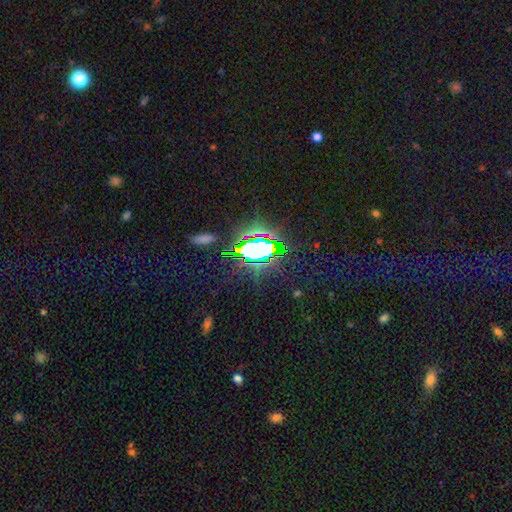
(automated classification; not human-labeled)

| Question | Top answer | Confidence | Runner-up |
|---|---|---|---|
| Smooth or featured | star or artifact | 75% | smooth (15%) |